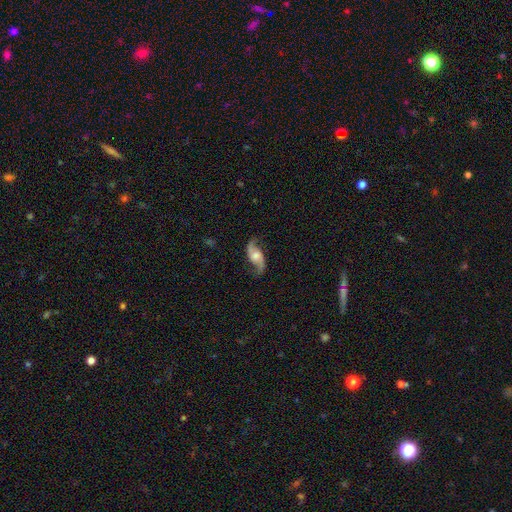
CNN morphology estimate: Smooth or featured?
  - featured or disk: 85% *
  - smooth: 9%
  - star or artifact: 6%
Edge-on disk?
  - no: 96% *
  - yes: 4%
Bar?
  - no: 54% *
  - weak: 37%
  - strong: 10%
Spiral arms?
  - yes: 96% *
  - no: 4%
Spiral winding?
  - loose: 71% *
  - medium: 24%
  - tight: 6%
Spiral arm count?
  - 2: 93% *
  - can't tell: 2%
  - 1: 2%
  - 3: 1%
  - 4: 1%
  - more than 4: 1%
Bulge size?
  - moderate: 50% *
  - small: 24%
  - large: 16%
  - none: 8%
  - dominant: 2%
Merging?
  - none: 79% *
  - minor disturbance: 13%
  - major disturbance: 6%
  - merger: 1%